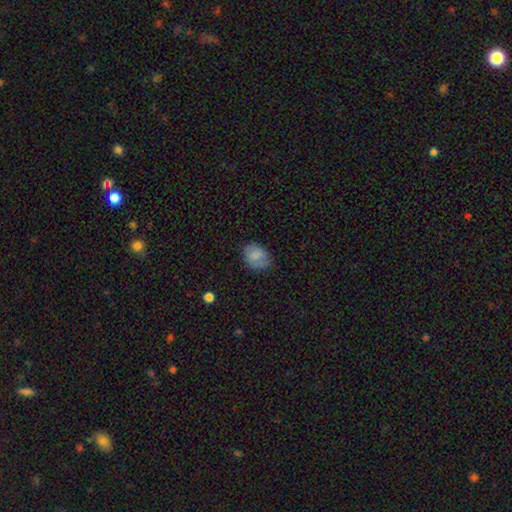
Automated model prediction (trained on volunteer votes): Q: Smooth or featured?
A: smooth (79%); runner-up: featured or disk (12%)
Q: How rounded?
A: in between (66%); runner-up: round (33%)
Q: Merging?
A: none (72%); runner-up: minor disturbance (21%)